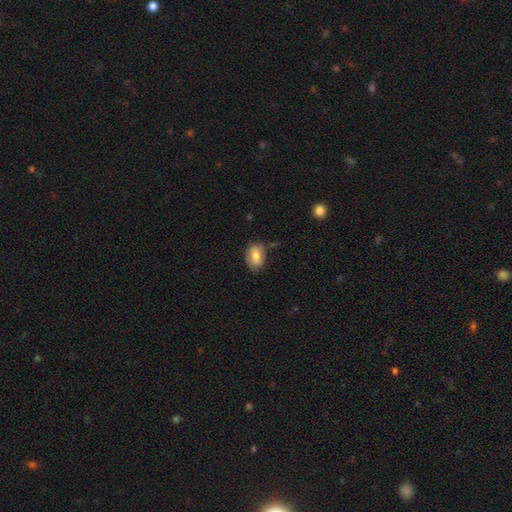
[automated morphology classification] Smooth or featured: smooth — 79% (featured or disk — 13%)
How rounded: in between — 76% (round — 23%)
Merging: none — 74% (minor disturbance — 20%)